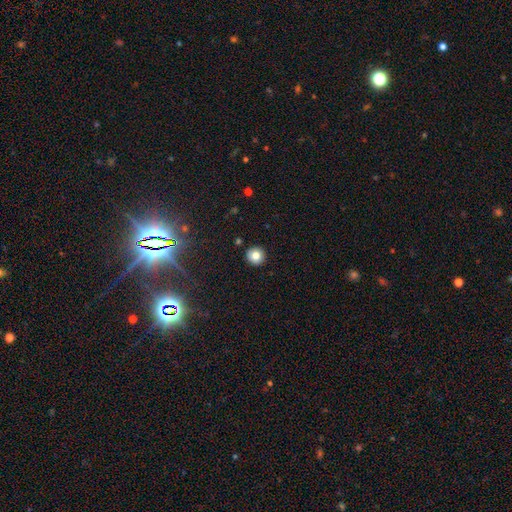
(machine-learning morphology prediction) type=smooth (80%); roundness=round (95%); merging=none (92%).